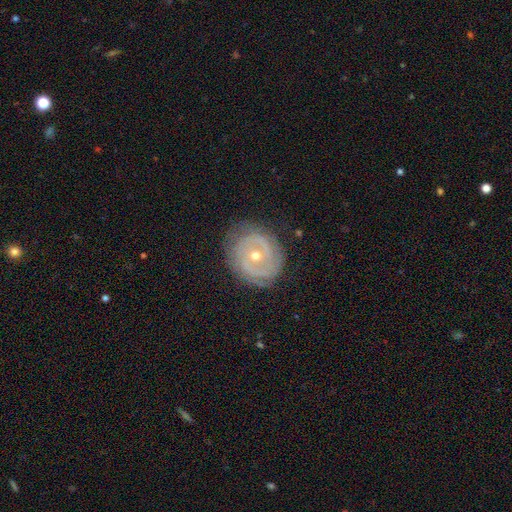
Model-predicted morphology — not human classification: Smooth or featured?
  - featured or disk: 82% *
  - smooth: 12%
  - star or artifact: 6%
Edge-on disk?
  - no: 97% *
  - yes: 3%
Bar?
  - no: 60% *
  - weak: 29%
  - strong: 10%
Spiral arms?
  - yes: 88% *
  - no: 12%
Spiral winding?
  - tight: 69% *
  - medium: 24%
  - loose: 6%
Spiral arm count?
  - 2: 49% *
  - can't tell: 24%
  - 3: 14%
  - 1: 5%
  - 4: 4%
  - more than 4: 4%
Bulge size?
  - moderate: 50% *
  - small: 47%
  - large: 1%
  - none: 1%
  - dominant: 1%
Merging?
  - none: 79% *
  - minor disturbance: 15%
  - major disturbance: 5%
  - merger: 1%